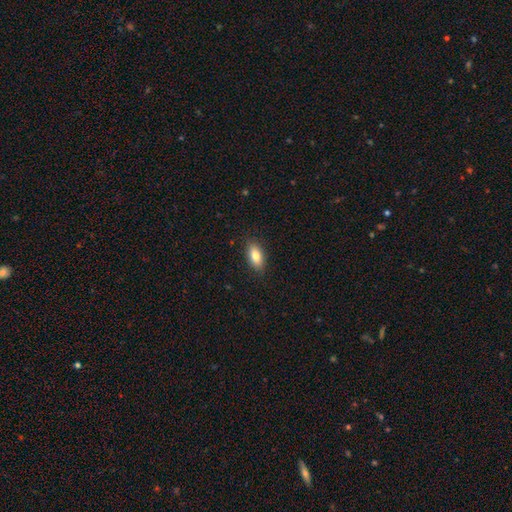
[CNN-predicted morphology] Smooth or featured?
  - smooth: 80% *
  - featured or disk: 12%
  - star or artifact: 7%
How rounded?
  - in between: 87% *
  - cigar-shaped: 10%
  - round: 4%
Merging?
  - none: 87% *
  - minor disturbance: 10%
  - major disturbance: 2%
  - merger: 1%